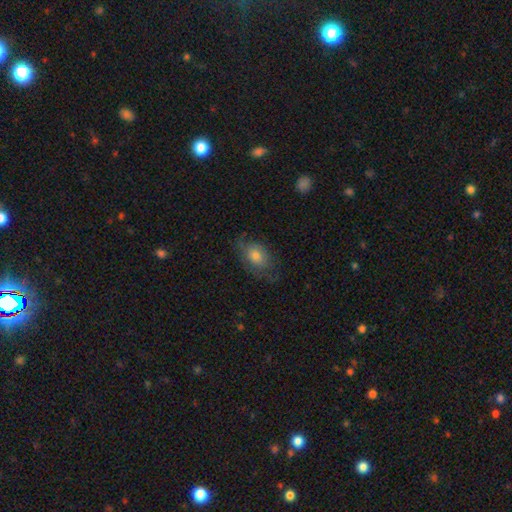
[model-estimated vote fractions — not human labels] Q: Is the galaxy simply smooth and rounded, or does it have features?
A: smooth — 61%.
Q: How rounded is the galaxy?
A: in between — 79%.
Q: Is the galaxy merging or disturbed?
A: none — 59%.